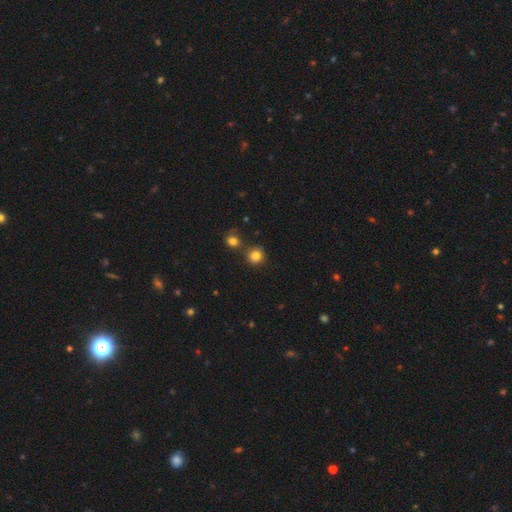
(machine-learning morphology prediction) Smooth or featured: smooth — 83% (star or artifact — 12%)
How rounded: round — 89% (in between — 10%)
Merging: none — 77% (merger — 11%)